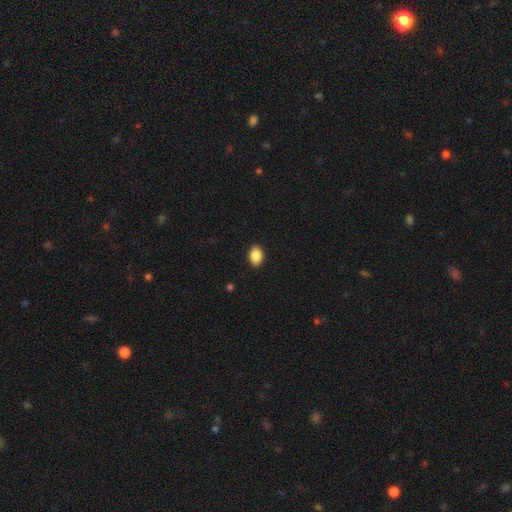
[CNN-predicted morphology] The model was most divided on "how rounded": in between: 81%, round: 18%, cigar-shaped: 1%. More confident: merging — none (91%); smooth or featured — smooth (89%).